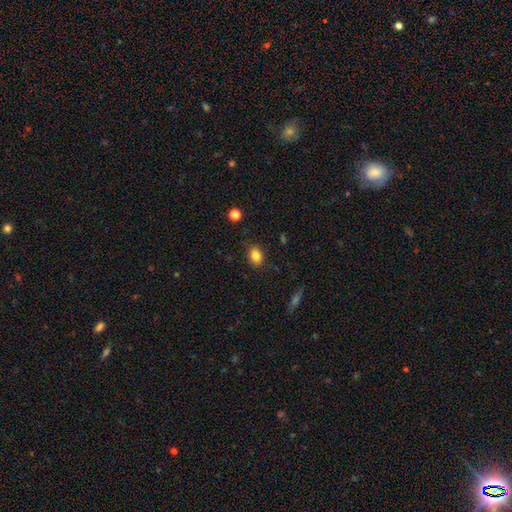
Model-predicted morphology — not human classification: type=smooth (83%); roundness=in between (65%); merging=none (83%).